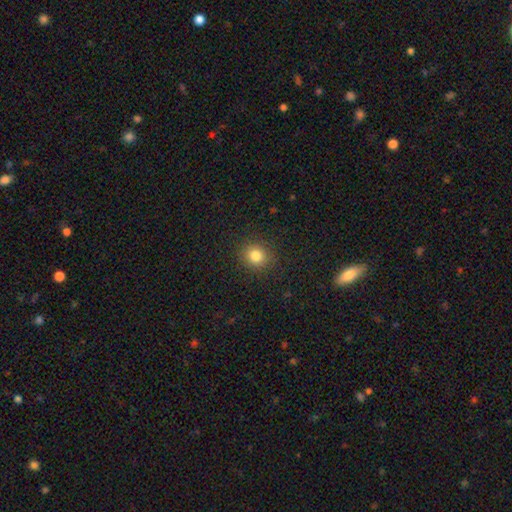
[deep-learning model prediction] Smooth or featured: smooth — 82% (star or artifact — 12%)
How rounded: round — 85% (in between — 14%)
Merging: none — 89% (minor disturbance — 7%)